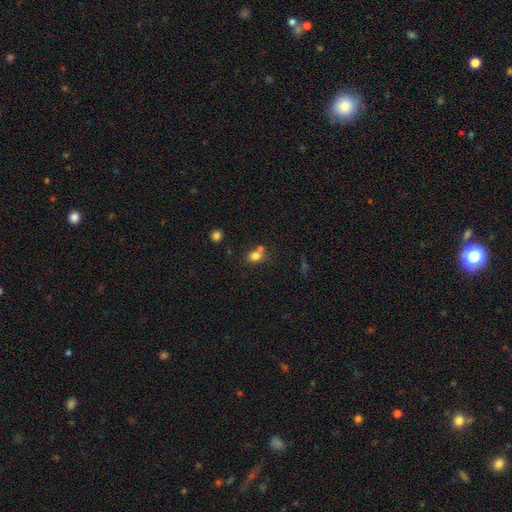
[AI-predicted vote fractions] Q: Smooth or featured?
A: smooth (78%); runner-up: star or artifact (13%)
Q: How rounded?
A: round (65%); runner-up: in between (33%)
Q: Merging?
A: none (52%); runner-up: merger (34%)